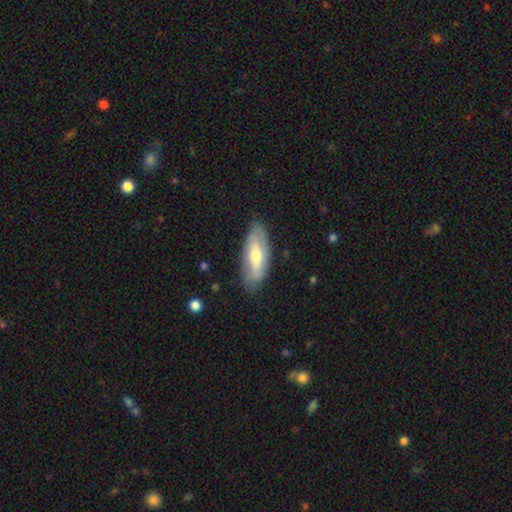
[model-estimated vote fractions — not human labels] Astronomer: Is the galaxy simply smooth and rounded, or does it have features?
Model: smooth — 54% (runner-up: featured or disk, 40%).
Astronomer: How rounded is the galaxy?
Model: in between — 72%.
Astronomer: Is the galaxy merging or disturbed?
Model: none — 79%.